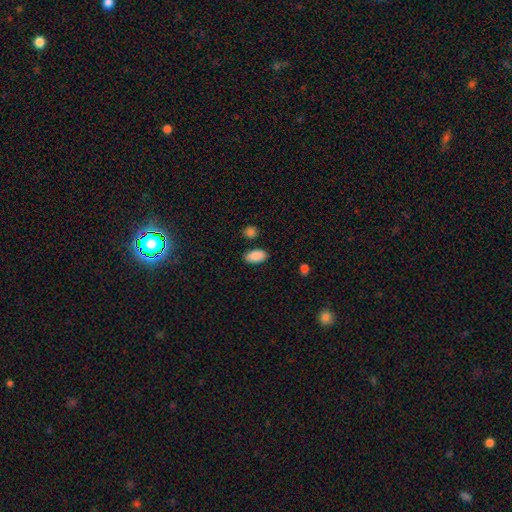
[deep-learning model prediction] Smooth or featured: smooth — 89% (star or artifact — 7%)
How rounded: in between — 94% (round — 4%)
Merging: none — 85% (minor disturbance — 10%)